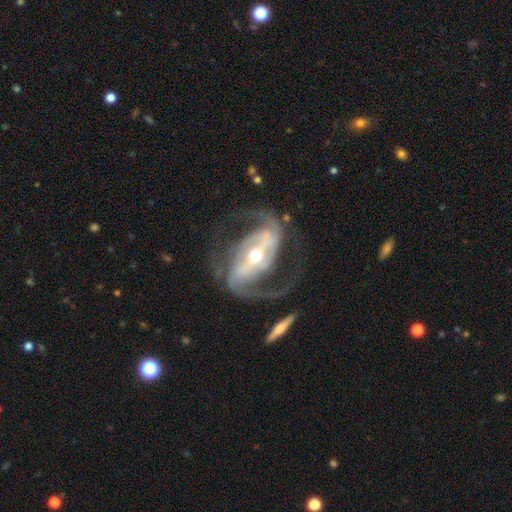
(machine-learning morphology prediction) Q: Smooth or featured?
A: featured or disk (92%); runner-up: star or artifact (4%)
Q: Edge-on disk?
A: no (96%); runner-up: yes (4%)
Q: Bar?
A: strong (69%); runner-up: weak (22%)
Q: Spiral arms?
A: yes (97%); runner-up: no (3%)
Q: Spiral winding?
A: medium (53%); runner-up: loose (33%)
Q: Spiral arm count?
A: 2 (90%); runner-up: 3 (3%)
Q: Bulge size?
A: moderate (54%); runner-up: small (41%)
Q: Merging?
A: none (68%); runner-up: major disturbance (16%)